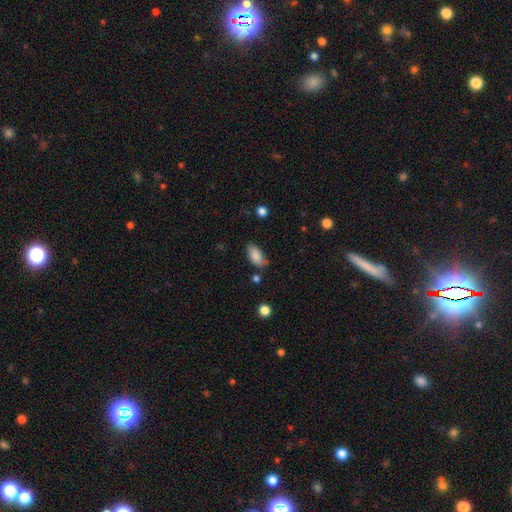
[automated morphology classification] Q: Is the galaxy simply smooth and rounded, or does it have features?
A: smooth — 85%.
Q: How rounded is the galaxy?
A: in between — 92%.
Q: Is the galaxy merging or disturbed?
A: none — 69%.